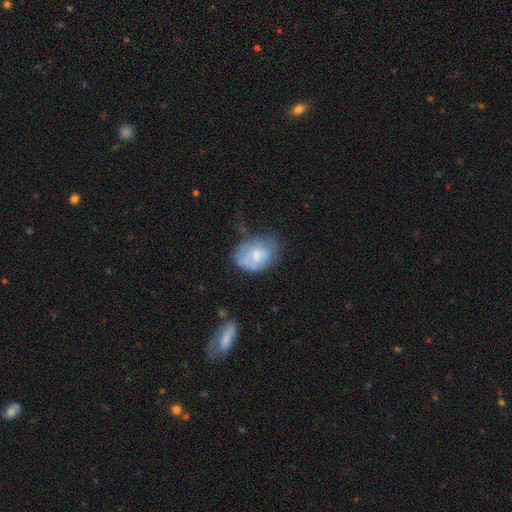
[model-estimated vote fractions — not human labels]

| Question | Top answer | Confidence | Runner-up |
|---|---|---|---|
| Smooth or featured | smooth | 64% | featured or disk (29%) |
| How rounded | in between | 72% | round (27%) |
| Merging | none | 42% | minor disturbance (34%) |